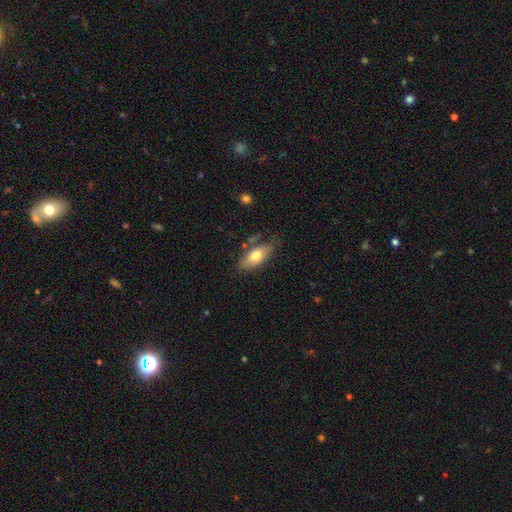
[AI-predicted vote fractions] Morphology: type=smooth (72%); roundness=in between (84%); merging=none (71%).